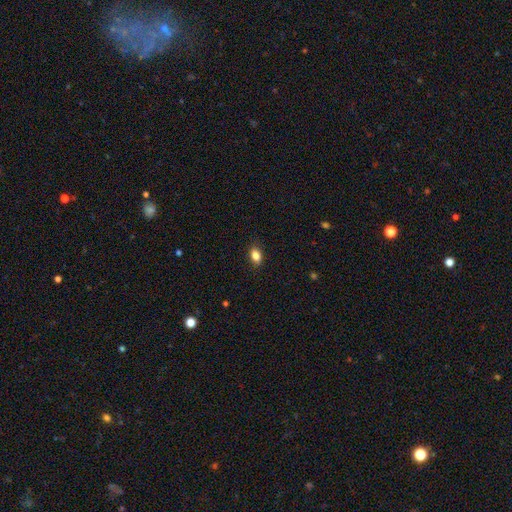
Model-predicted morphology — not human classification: Smooth or featured?
  - smooth: 85% *
  - star or artifact: 9%
  - featured or disk: 6%
How rounded?
  - in between: 84% *
  - round: 13%
  - cigar-shaped: 3%
Merging?
  - none: 86% *
  - minor disturbance: 11%
  - major disturbance: 2%
  - merger: 1%